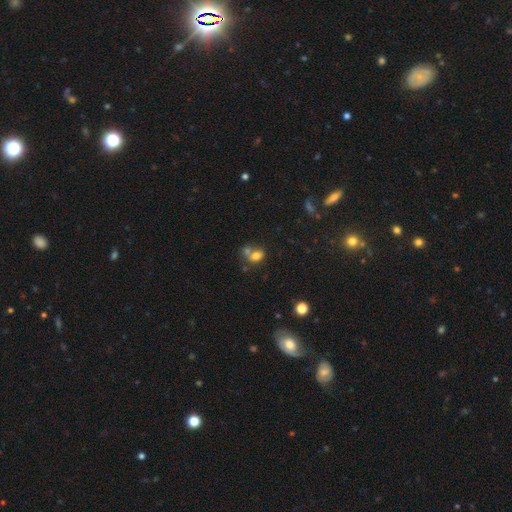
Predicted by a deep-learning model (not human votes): A smooth galaxy with no disk features (73%) that is in between round and cigar-shaped (59%). Merging: merger (49%).